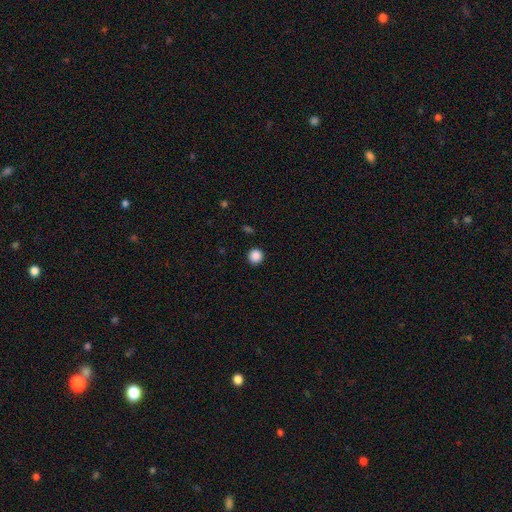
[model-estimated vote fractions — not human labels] Smooth or featured? Predicted: smooth (p=0.87). How rounded? Predicted: round (p=0.95). Merging? Predicted: none (p=0.93).